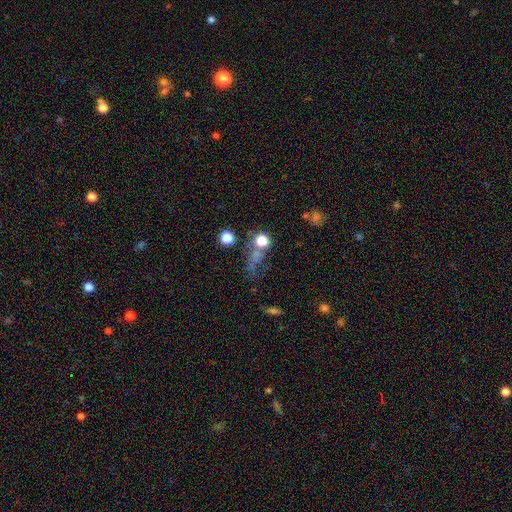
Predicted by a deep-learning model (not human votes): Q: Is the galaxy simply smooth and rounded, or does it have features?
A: smooth — 50%.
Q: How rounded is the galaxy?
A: round — 69%.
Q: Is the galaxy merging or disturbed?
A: none — 45%.